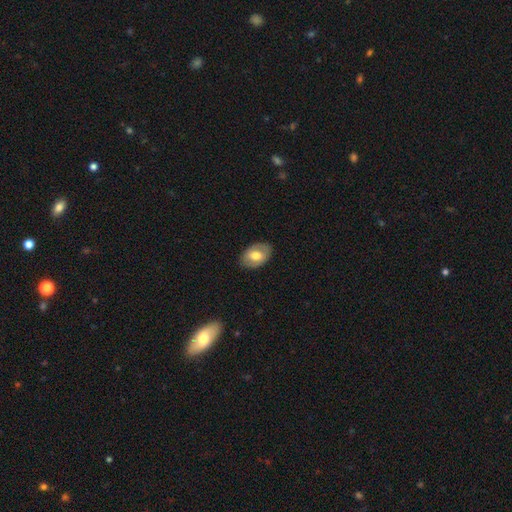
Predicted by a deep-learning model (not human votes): Morphology: type=smooth (63%); roundness=in between (83%); merging=none (84%).